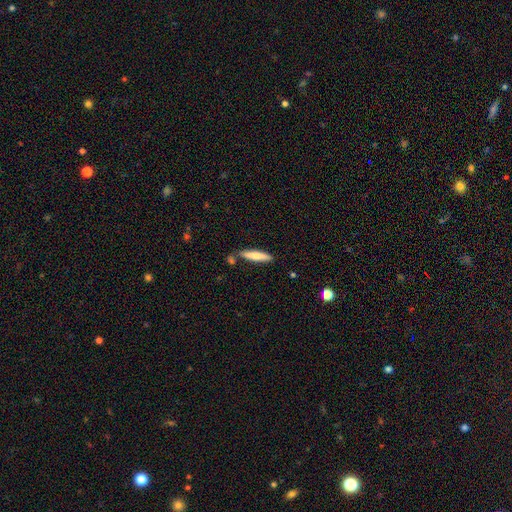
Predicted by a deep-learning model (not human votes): Smooth or featured? Predicted: smooth (p=0.70). How rounded? Predicted: cigar-shaped (p=0.86). Merging? Predicted: none (p=0.78).